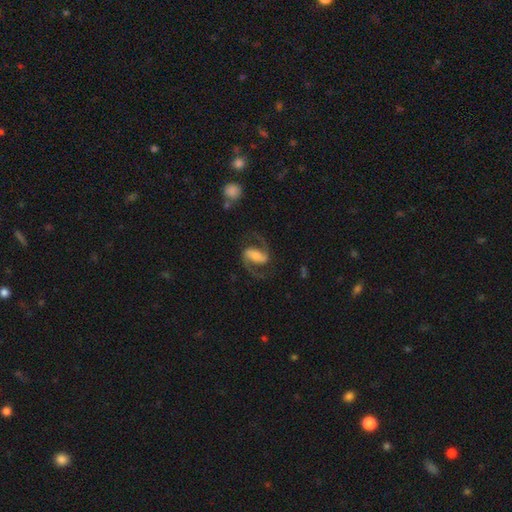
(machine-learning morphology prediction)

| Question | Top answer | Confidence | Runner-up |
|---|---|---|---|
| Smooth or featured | featured or disk | 87% | smooth (8%) |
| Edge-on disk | no | 97% | yes (3%) |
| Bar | strong | 55% | weak (31%) |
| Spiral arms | yes | 97% | no (3%) |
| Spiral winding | medium | 57% | loose (30%) |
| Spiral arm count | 2 | 94% | 1 (2%) |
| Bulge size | moderate | 35% | small (30%) |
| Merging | none | 76% | minor disturbance (12%) |